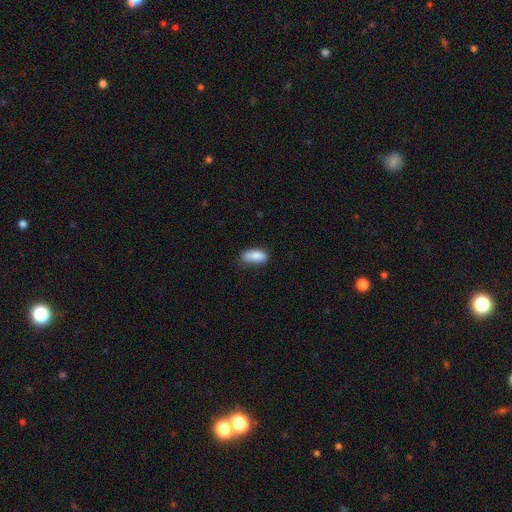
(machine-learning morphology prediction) A smooth galaxy with no disk features (83%) that is in between round and cigar-shaped (81%).

Vote fractions:
- Smooth or featured? smooth: 83% / featured or disk: 9% / star or artifact: 8%
- How rounded? in between: 81% / cigar-shaped: 16% / round: 3%
- Merging? none: 53% / minor disturbance: 33% / major disturbance: 8% / merger: 6%